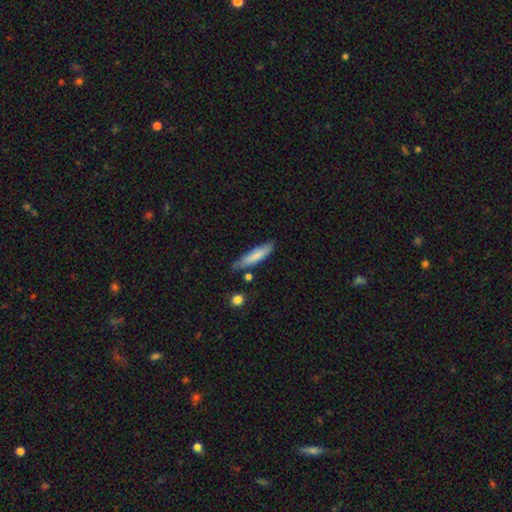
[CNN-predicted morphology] smooth_or_featured: smooth (p=0.74) [alt: featured or disk p=0.20]
how_rounded: cigar-shaped (p=0.74) [alt: in between p=0.24]
merging: none (p=0.66) [alt: minor disturbance p=0.25]